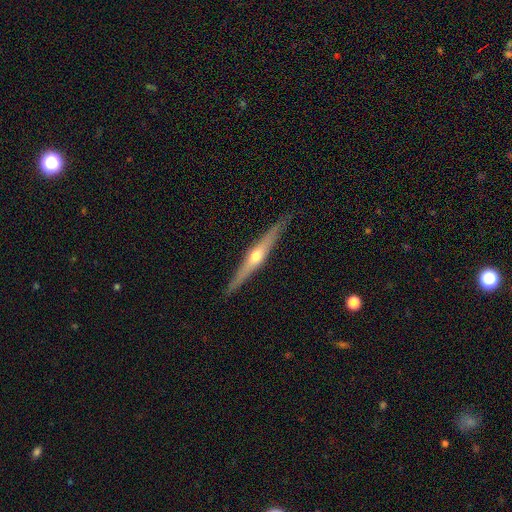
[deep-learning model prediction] Smooth or featured?
  - featured or disk: 76% *
  - smooth: 19%
  - star or artifact: 5%
Edge-on disk?
  - yes: 97% *
  - no: 3%
Edge-on bulge?
  - rounded: 90% *
  - none: 7%
  - boxy: 3%
Merging?
  - none: 90% *
  - minor disturbance: 8%
  - major disturbance: 1%
  - merger: 1%